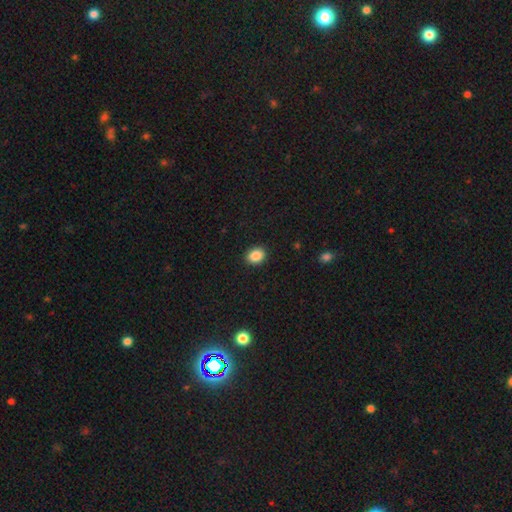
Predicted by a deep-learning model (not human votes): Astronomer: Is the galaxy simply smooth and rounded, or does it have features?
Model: smooth — 88%.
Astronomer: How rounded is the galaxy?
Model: in between — 54% (runner-up: round, 45%).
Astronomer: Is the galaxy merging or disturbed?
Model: none — 91%.